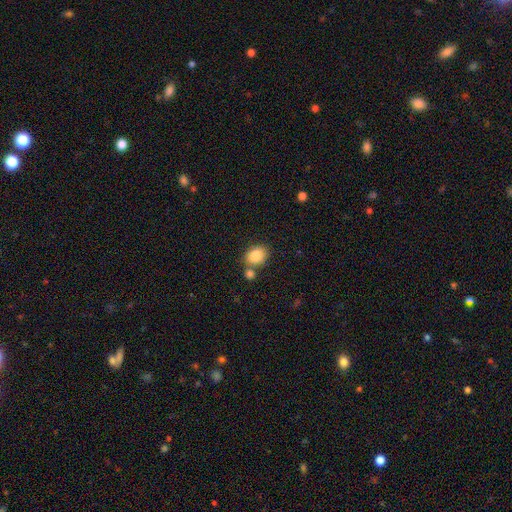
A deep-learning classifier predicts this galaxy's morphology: Smooth or featured? smooth (84%)
How rounded? in between (61%)
Merging? none (63%)